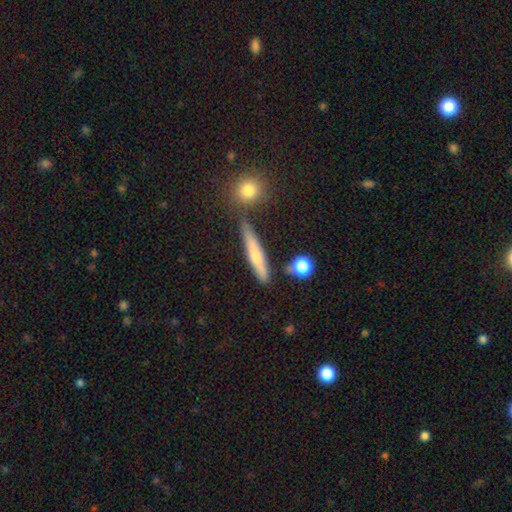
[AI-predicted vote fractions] Smooth or featured? featured or disk (58%)
Edge-on disk? yes (93%)
Edge-on bulge? rounded (75%)
Merging? none (80%)